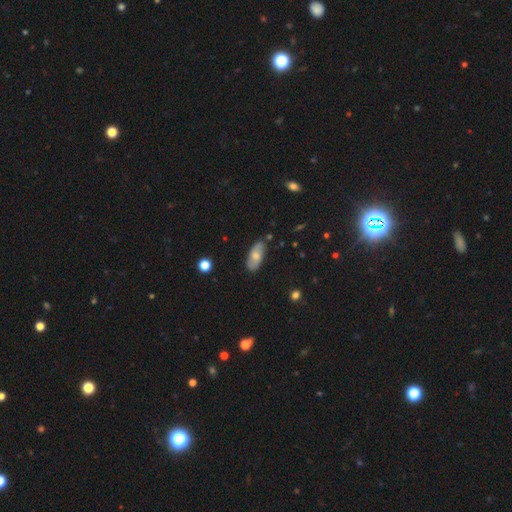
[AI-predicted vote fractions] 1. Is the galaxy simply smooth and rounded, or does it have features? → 65% smooth, 28% featured or disk, 7% star or artifact.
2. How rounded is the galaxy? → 86% in between, 11% cigar-shaped, 3% round.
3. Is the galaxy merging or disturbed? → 76% none, 18% minor disturbance, 3% major disturbance, 2% merger.